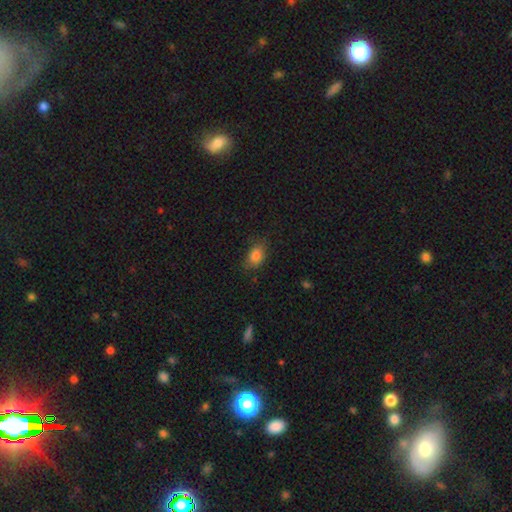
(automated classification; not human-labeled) Smooth or featured?
  - smooth: 84% *
  - star or artifact: 9%
  - featured or disk: 7%
How rounded?
  - in between: 81% *
  - round: 17%
  - cigar-shaped: 2%
Merging?
  - none: 73% *
  - minor disturbance: 20%
  - major disturbance: 6%
  - merger: 1%